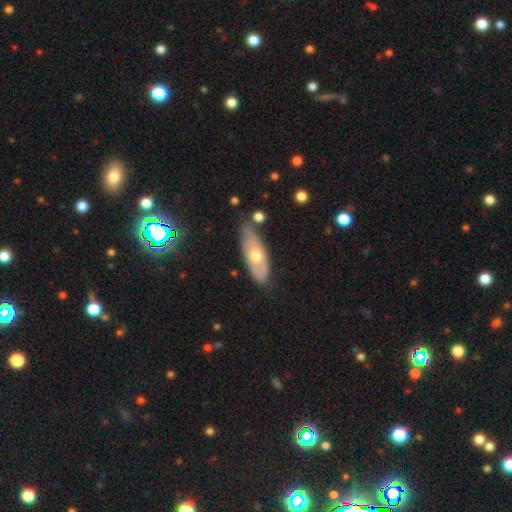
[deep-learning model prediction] Morphology: type=featured or disk (52%); edge-on=no (69%); merging=none (73%).